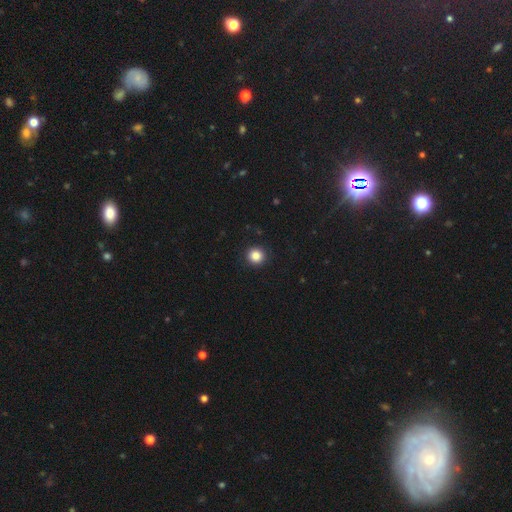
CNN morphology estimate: Smooth or featured? Predicted: smooth (p=0.85). How rounded? Predicted: round (p=0.94). Merging? Predicted: none (p=0.93).